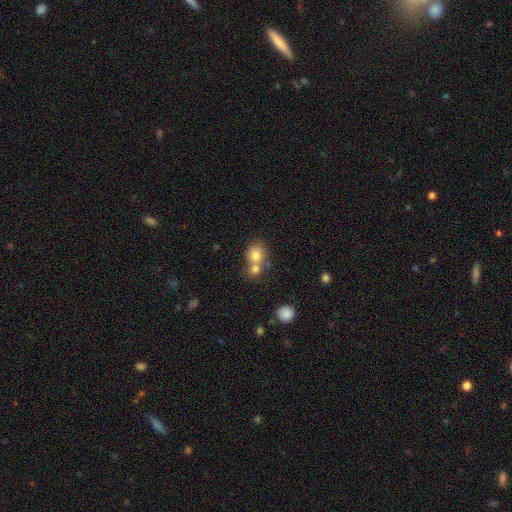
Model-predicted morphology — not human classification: The model was most divided on "merging": merger: 49%, none: 41%, minor disturbance: 7%, major disturbance: 3%. More confident: smooth or featured — smooth (77%); how rounded — round (77%).